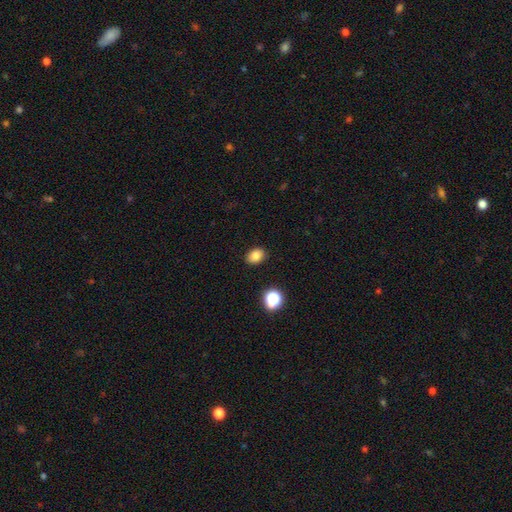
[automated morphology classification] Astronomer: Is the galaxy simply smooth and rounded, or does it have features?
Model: smooth — 82%.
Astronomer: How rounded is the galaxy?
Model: in between — 63%.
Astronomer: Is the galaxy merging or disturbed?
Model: none — 88%.